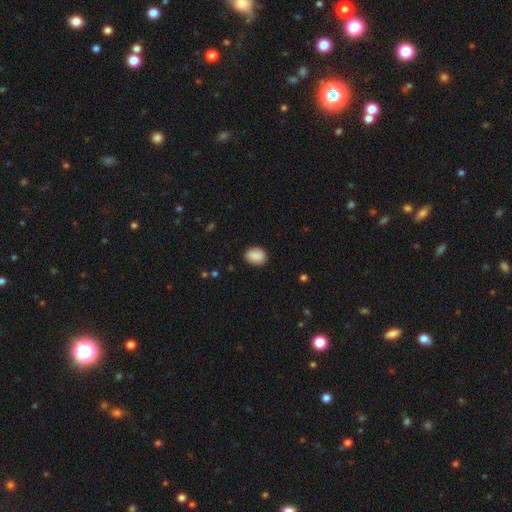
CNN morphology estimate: smooth 89%, star or artifact 7%, featured or disk 3%. Down the decision tree: how rounded — in between (71%); merging — none (87%).